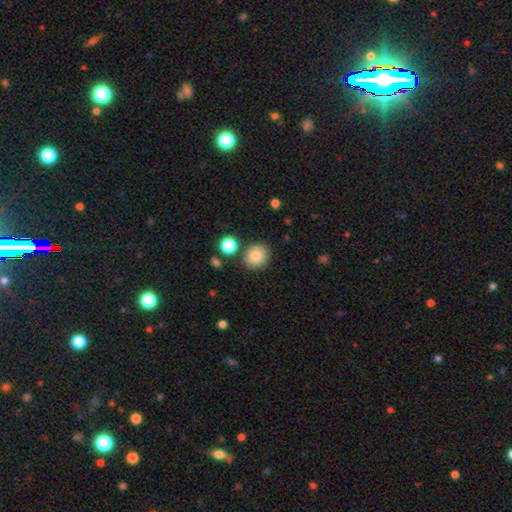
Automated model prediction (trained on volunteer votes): This appears to be a smooth galaxy with no disk features (85%) that is round (84%). Merging: none (83%).